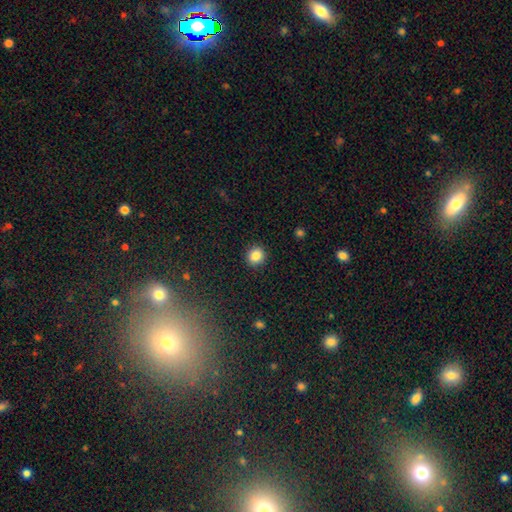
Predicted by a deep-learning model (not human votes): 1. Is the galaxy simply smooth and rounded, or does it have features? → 85% smooth, 10% star or artifact, 5% featured or disk.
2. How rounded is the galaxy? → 88% round, 11% in between, 1% cigar-shaped.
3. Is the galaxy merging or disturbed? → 92% none, 5% minor disturbance, 2% major disturbance, 1% merger.